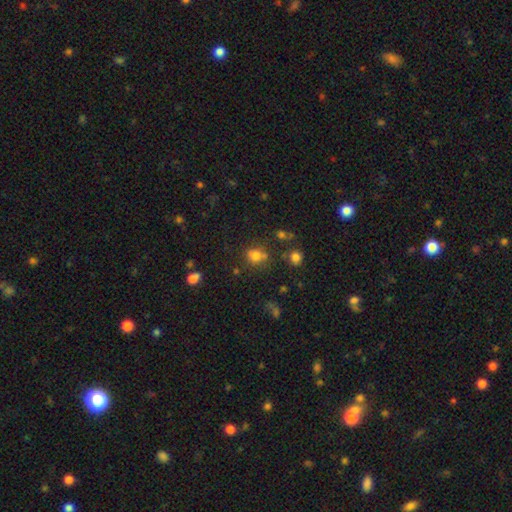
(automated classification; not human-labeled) smooth-or-featured: smooth: 73% | star or artifact: 18% | featured or disk: 9%
  how-rounded: round: 59% | in between: 39% | cigar-shaped: 2%
  merging: none: 60% | minor disturbance: 17% | merger: 16% | major disturbance: 7%